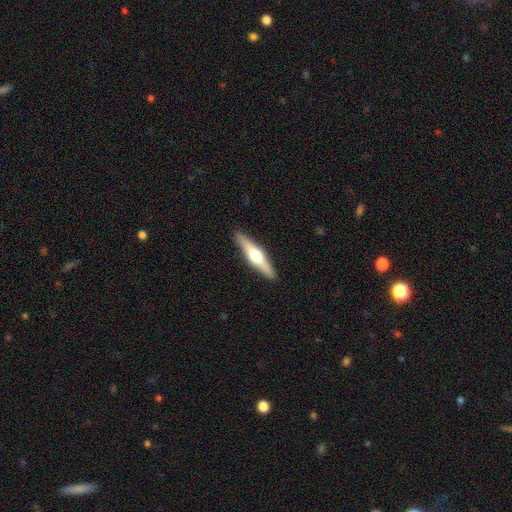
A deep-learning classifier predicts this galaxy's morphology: This appears to be a featured or disk galaxy (62%) viewed edge-on (96%) with a rounded central bulge (94%). Merging: none (91%).